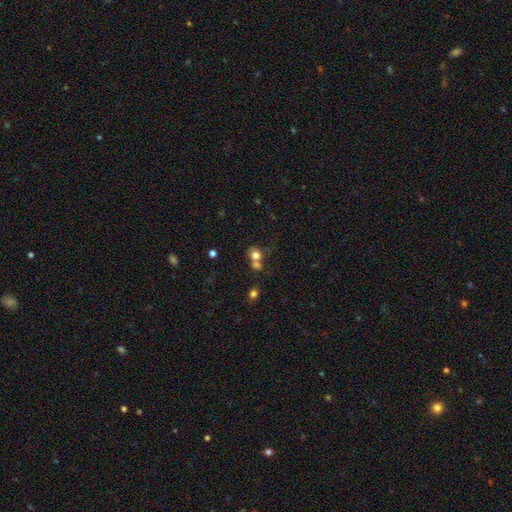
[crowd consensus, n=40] This appears to be a smooth galaxy with no disk features (82%) that is round (73%). Merging: merger (62%).